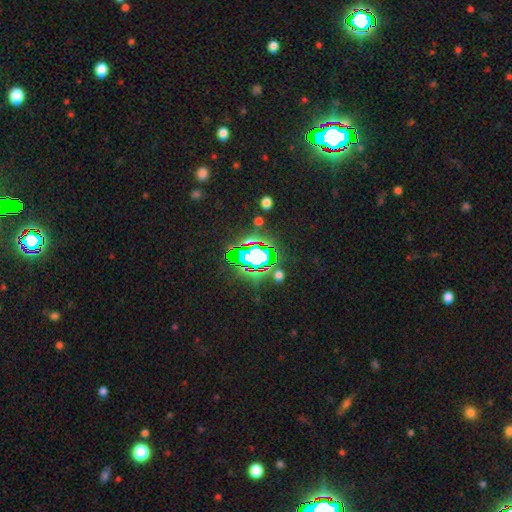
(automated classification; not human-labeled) Smooth or featured? star or artifact (60%)